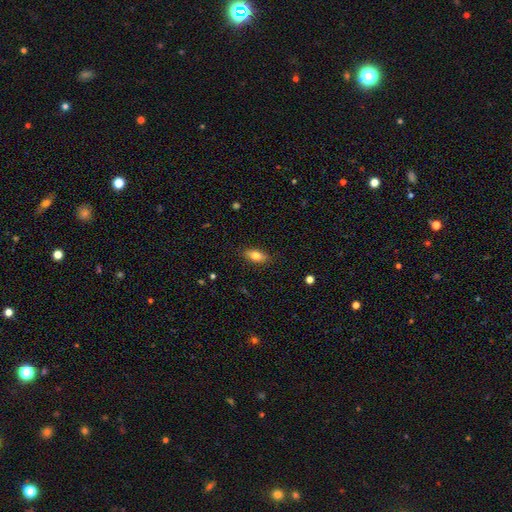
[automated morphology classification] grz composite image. It shows a smooth galaxy with no disk features (74%) that is in between round and cigar-shaped (80%). Merging: none (86%).